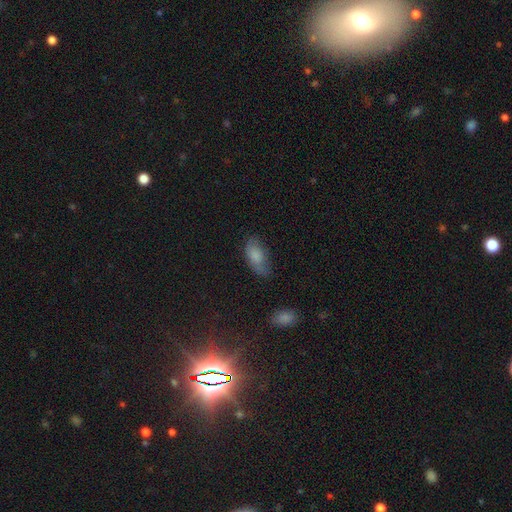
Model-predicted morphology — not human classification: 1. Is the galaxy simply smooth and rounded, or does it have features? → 78% smooth, 14% featured or disk, 8% star or artifact.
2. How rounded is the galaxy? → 91% in between, 6% cigar-shaped, 3% round.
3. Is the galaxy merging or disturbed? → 59% none, 30% minor disturbance, 8% major disturbance, 2% merger.